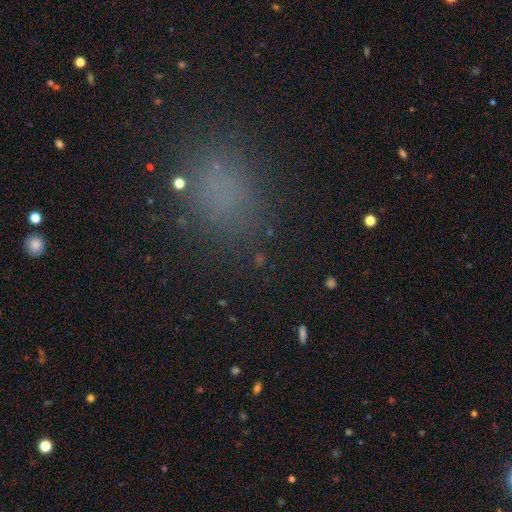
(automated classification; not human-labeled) Morphology: type=smooth (52%); roundness=in between (54%); merging=none (75%).